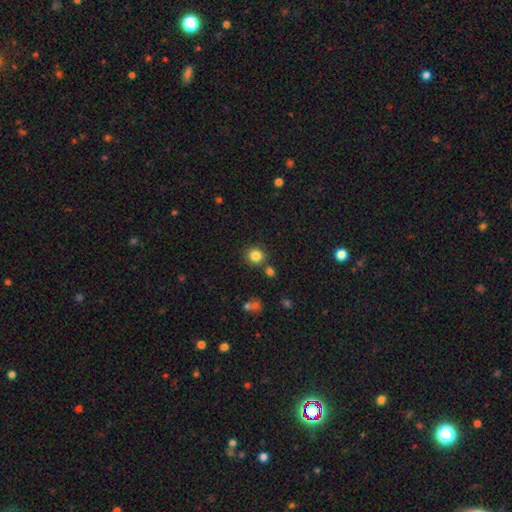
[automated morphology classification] A smooth galaxy with no disk features (84%) that is round (89%).

Vote fractions:
- Smooth or featured? smooth: 84% / star or artifact: 11% / featured or disk: 5%
- How rounded? round: 89% / in between: 10% / cigar-shaped: 1%
- Merging? none: 80% / minor disturbance: 8% / merger: 8% / major disturbance: 3%